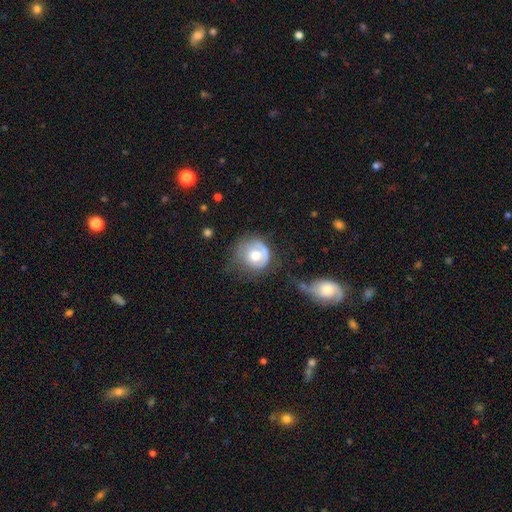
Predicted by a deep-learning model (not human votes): Smooth or featured: smooth — 56% (featured or disk — 37%)
How rounded: round — 85% (in between — 14%)
Merging: none — 43% (minor disturbance — 26%)